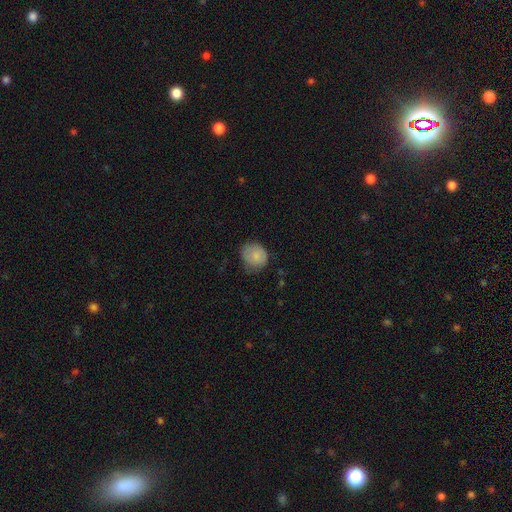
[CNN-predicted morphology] A smooth galaxy with no disk features (81%) that is round (76%). Merging: none (64%).